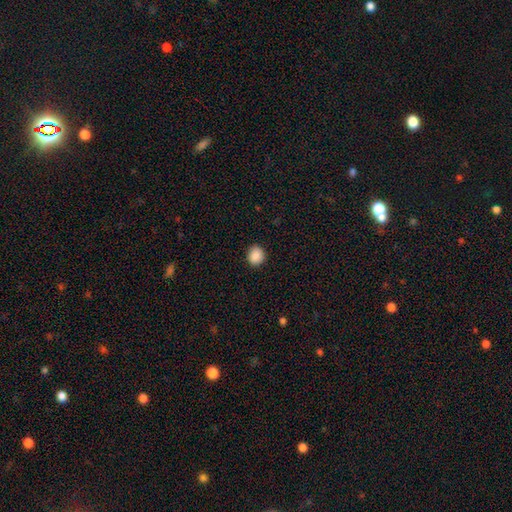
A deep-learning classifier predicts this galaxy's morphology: Smooth or featured: smooth — 89% (star or artifact — 8%)
How rounded: round — 75% (in between — 24%)
Merging: none — 88% (minor disturbance — 9%)